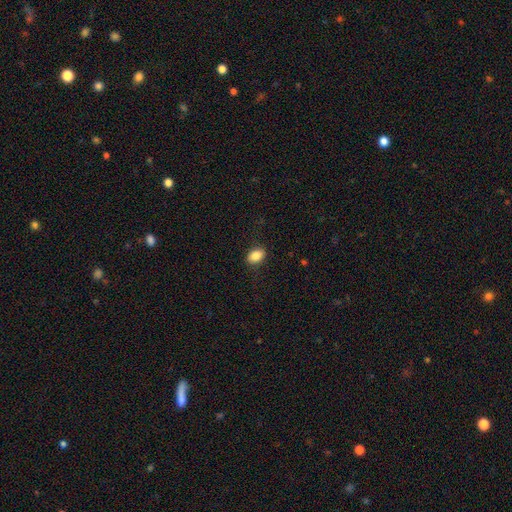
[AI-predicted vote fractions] smooth_or_featured: smooth (p=0.86) [alt: star or artifact p=0.08]
how_rounded: in between (p=0.82) [alt: round p=0.17]
merging: none (p=0.86) [alt: minor disturbance p=0.11]